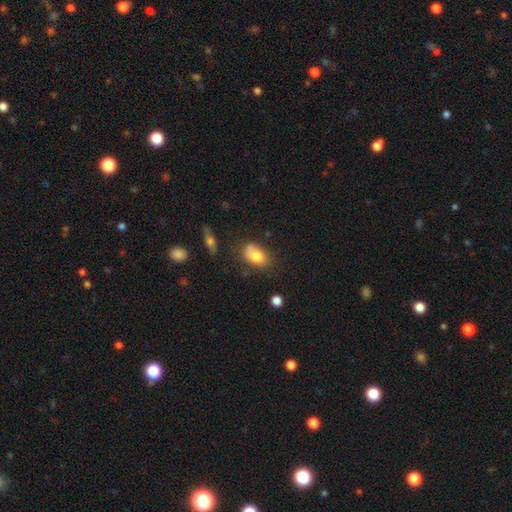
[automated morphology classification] This appears to be a smooth galaxy with no disk features (77%) that is in between round and cigar-shaped (82%). Merging: none (57%).